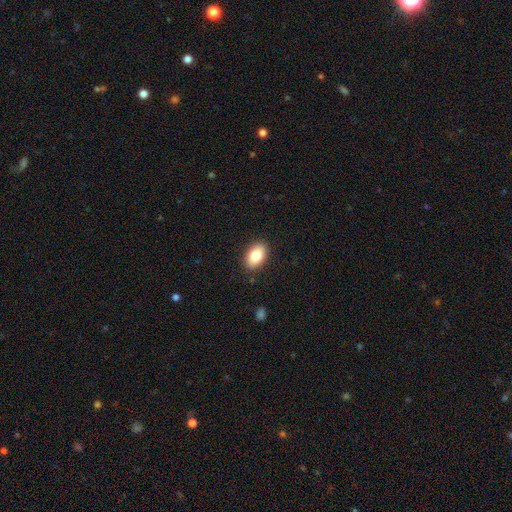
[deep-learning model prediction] smooth-or-featured: smooth: 82% | featured or disk: 10% | star or artifact: 7%
  how-rounded: in between: 91% | round: 8% | cigar-shaped: 2%
  merging: none: 88% | minor disturbance: 8% | major disturbance: 2% | merger: 1%